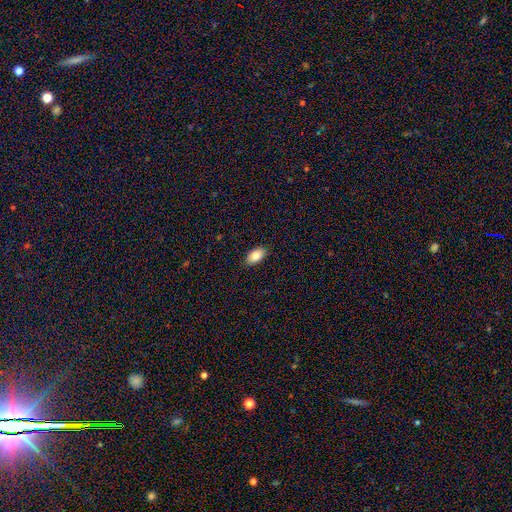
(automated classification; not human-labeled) A smooth galaxy with no disk features (84%) that is in between round and cigar-shaped (94%). Merging: none (89%).